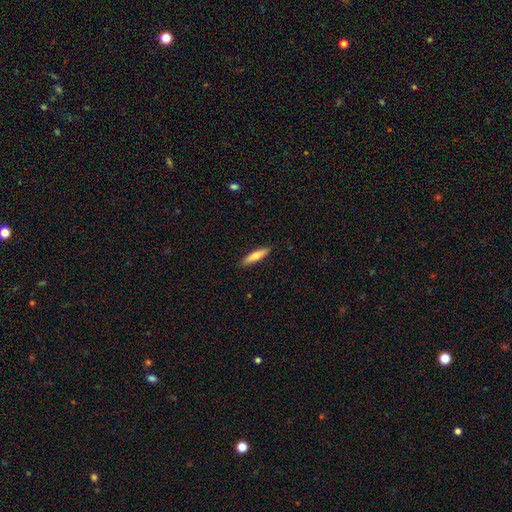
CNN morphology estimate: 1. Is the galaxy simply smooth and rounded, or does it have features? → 66% smooth, 28% featured or disk, 6% star or artifact.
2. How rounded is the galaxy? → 77% cigar-shaped, 21% in between, 2% round.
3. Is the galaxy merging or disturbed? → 89% none, 8% minor disturbance, 2% major disturbance, 1% merger.